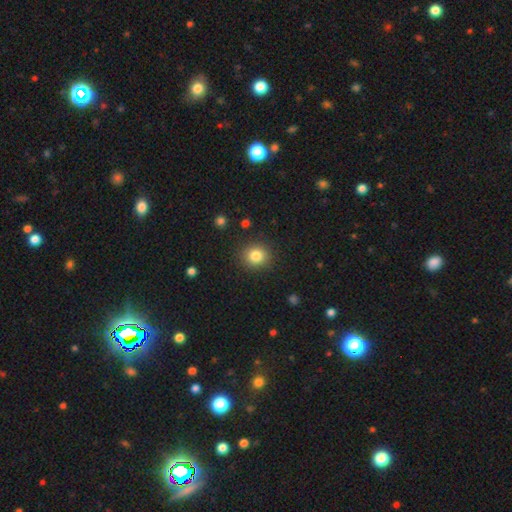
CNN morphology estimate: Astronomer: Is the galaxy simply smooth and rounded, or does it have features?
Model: smooth — 83%.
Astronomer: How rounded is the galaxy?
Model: round — 83%.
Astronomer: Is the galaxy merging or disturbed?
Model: none — 89%.